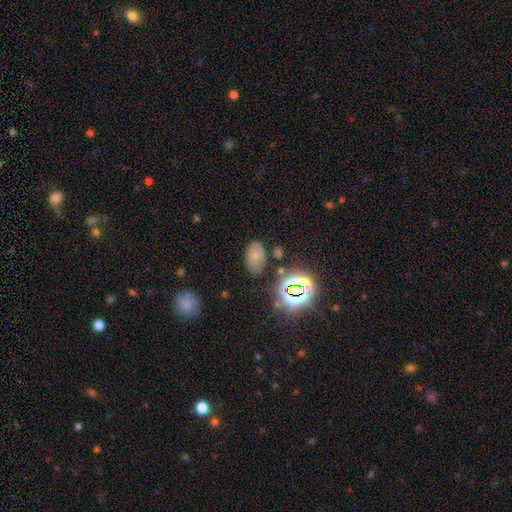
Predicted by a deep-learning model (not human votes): This appears to be a smooth galaxy with no disk features (61%) that is in between round and cigar-shaped (88%). Merging: none (72%).